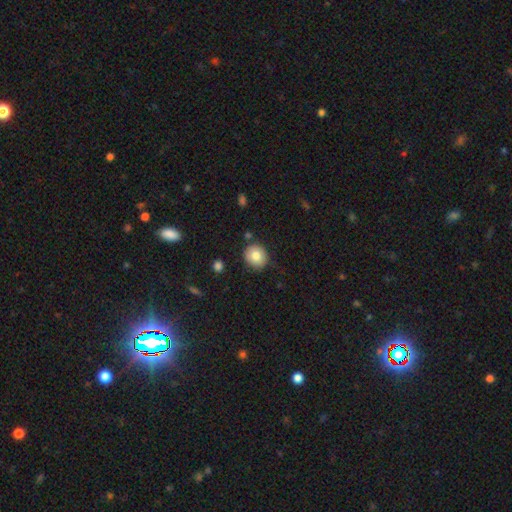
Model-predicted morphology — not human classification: smooth-or-featured: smooth: 80% | featured or disk: 11% | star or artifact: 9%
  how-rounded: round: 83% | in between: 16% | cigar-shaped: 1%
  merging: none: 84% | minor disturbance: 11% | merger: 3% | major disturbance: 2%